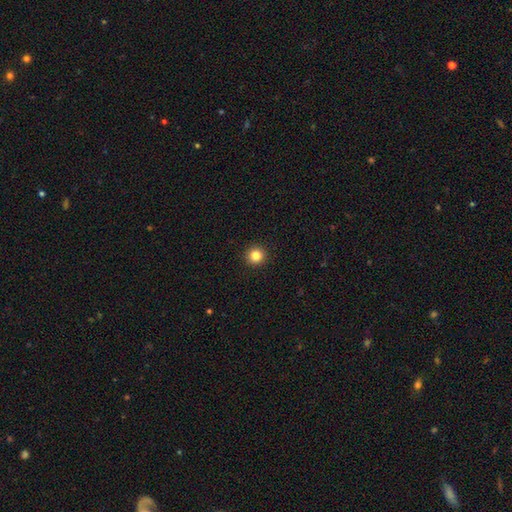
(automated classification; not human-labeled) Q: Smooth or featured?
A: smooth (83%); runner-up: star or artifact (12%)
Q: How rounded?
A: round (95%); runner-up: in between (4%)
Q: Merging?
A: none (93%); runner-up: minor disturbance (4%)